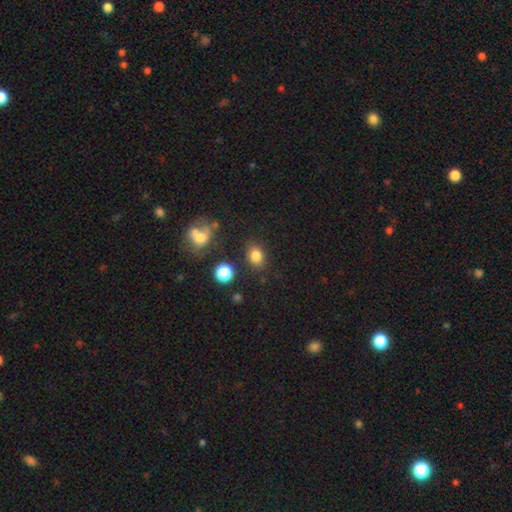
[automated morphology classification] Smooth or featured?
  - smooth: 81% *
  - star or artifact: 13%
  - featured or disk: 6%
How rounded?
  - in between: 61% *
  - round: 38%
  - cigar-shaped: 1%
Merging?
  - none: 81% *
  - minor disturbance: 11%
  - merger: 5%
  - major disturbance: 4%